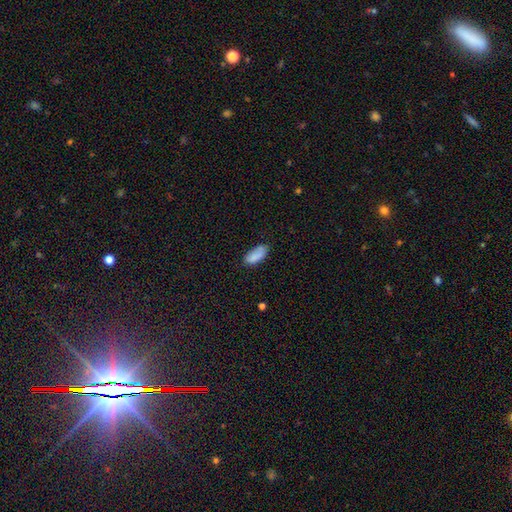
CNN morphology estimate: A smooth galaxy with no disk features (85%) that is in between round and cigar-shaped (87%). Merging: none (68%).